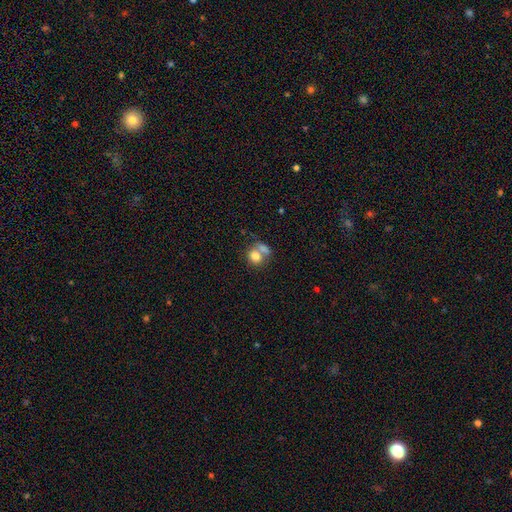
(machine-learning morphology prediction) Q: Smooth or featured?
A: smooth (78%); runner-up: featured or disk (13%)
Q: How rounded?
A: round (63%); runner-up: in between (36%)
Q: Merging?
A: merger (49%); runner-up: none (36%)